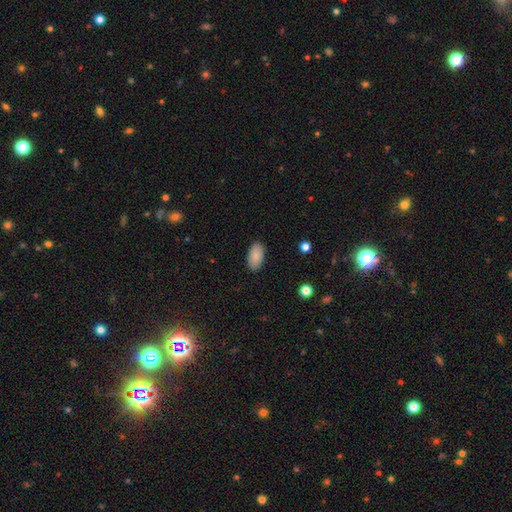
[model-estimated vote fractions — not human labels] Smooth or featured? Predicted: smooth (p=0.87). How rounded? Predicted: in between (p=0.94). Merging? Predicted: none (p=0.88).